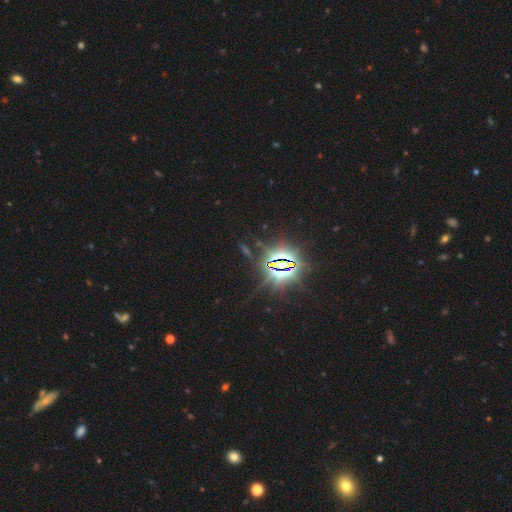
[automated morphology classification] A star or artifact, not a galaxy (86%).